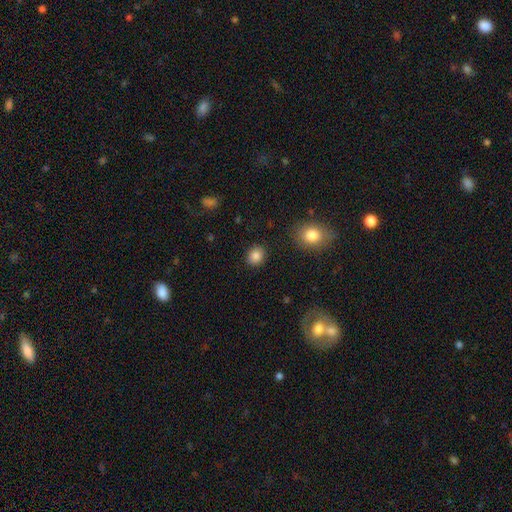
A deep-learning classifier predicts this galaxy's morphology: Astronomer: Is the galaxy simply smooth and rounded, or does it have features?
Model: smooth — 85%.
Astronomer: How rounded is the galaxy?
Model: round — 71%.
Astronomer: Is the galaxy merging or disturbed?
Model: none — 89%.